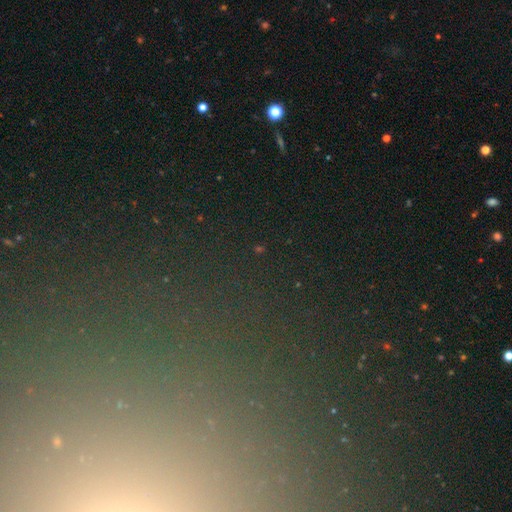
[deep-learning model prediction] Morphology: type=star or artifact (72%).